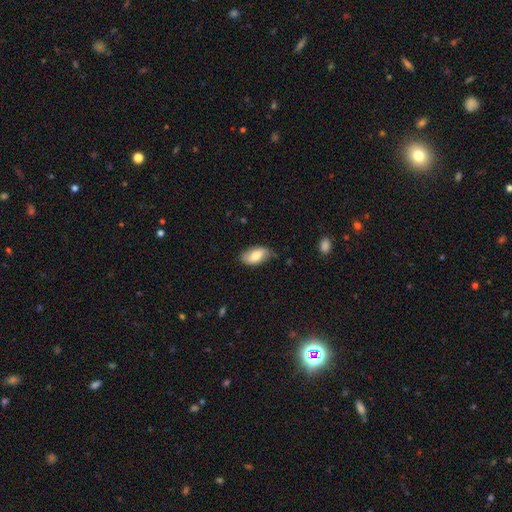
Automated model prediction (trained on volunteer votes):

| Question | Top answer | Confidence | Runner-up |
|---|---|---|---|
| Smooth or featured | smooth | 69% | featured or disk (25%) |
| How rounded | in between | 93% | round (4%) |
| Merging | none | 72% | minor disturbance (23%) |